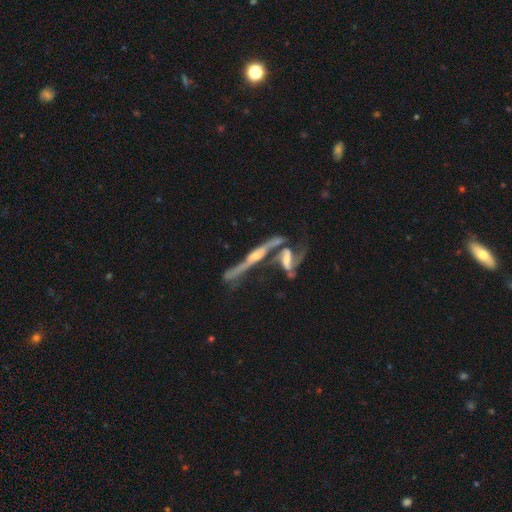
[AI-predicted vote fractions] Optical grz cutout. It shows a featured or disk galaxy (85%) viewed edge-on (75%) with a rounded central bulge (82%). Merging: merger (40%).